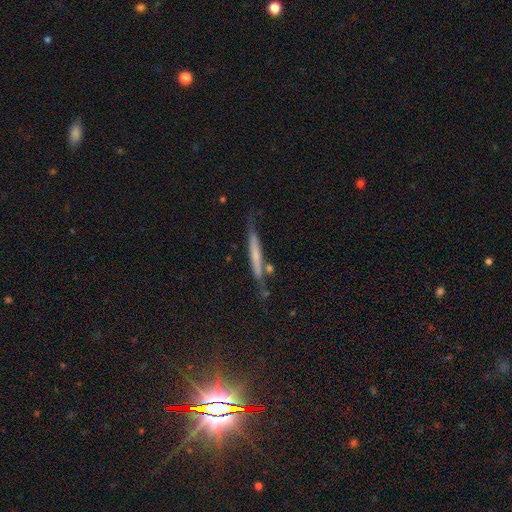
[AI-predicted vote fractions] smooth_or_featured: featured or disk (p=0.48) [alt: smooth p=0.44]
merging: none (p=0.70) [alt: minor disturbance p=0.19]